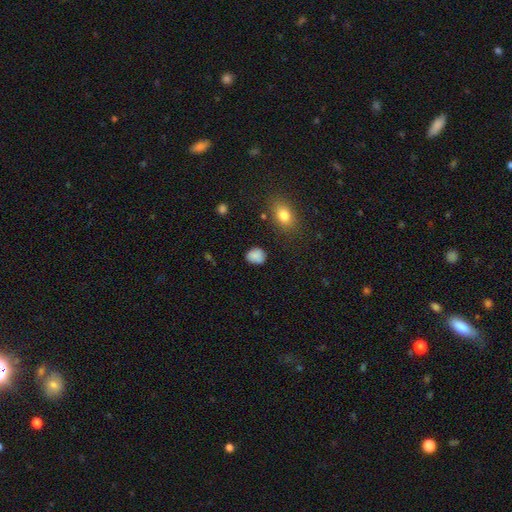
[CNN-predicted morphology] smooth_or_featured: smooth (p=0.86) [alt: star or artifact p=0.09]
how_rounded: round (p=0.55) [alt: in between p=0.43]
merging: none (p=0.78) [alt: minor disturbance p=0.16]